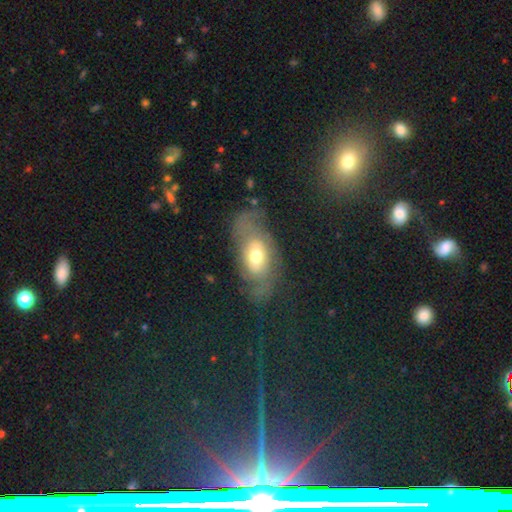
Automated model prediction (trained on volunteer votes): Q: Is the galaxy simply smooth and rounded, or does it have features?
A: featured or disk — 53%.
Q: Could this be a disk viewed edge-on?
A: no — 90%.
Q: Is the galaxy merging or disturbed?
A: none — 44%.